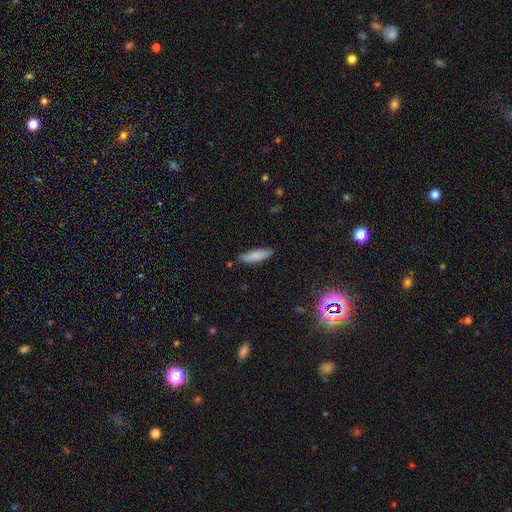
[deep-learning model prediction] smooth 82%, featured or disk 10%, star or artifact 7%. Down the decision tree: how rounded — cigar-shaped (63%); merging — none (83%).